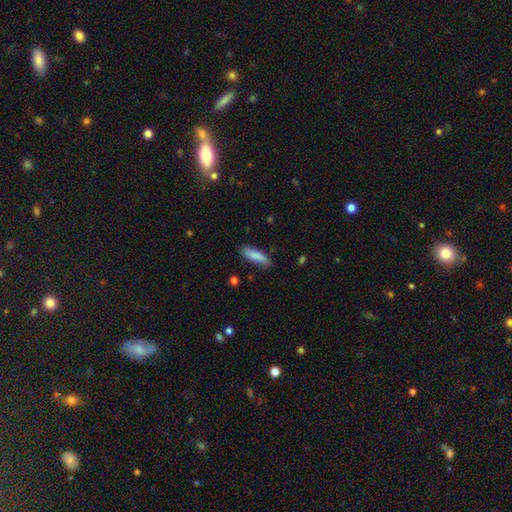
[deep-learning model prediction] The model was most divided on "how rounded": cigar-shaped: 65%, in between: 34%, round: 2%. More confident: merging — none (83%); smooth or featured — smooth (83%).